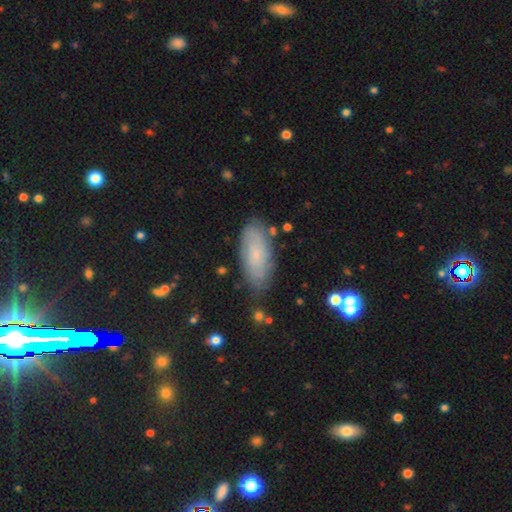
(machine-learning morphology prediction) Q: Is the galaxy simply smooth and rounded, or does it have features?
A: smooth — 64%.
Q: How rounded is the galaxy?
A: in between — 81%.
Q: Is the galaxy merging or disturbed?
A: none — 80%.